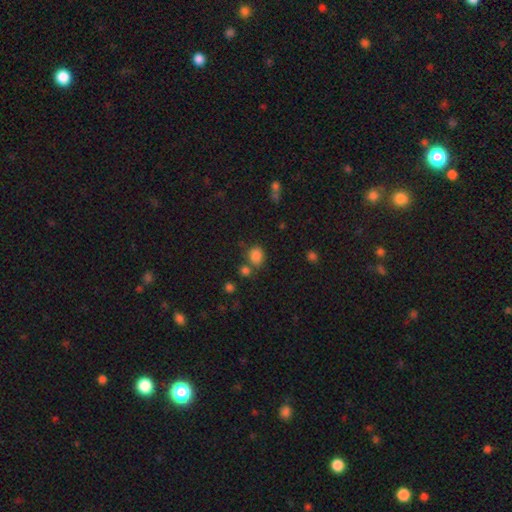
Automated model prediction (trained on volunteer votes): Overall: smooth (83%). How rounded: round (60%; in between 39%). Merging: none (64%).